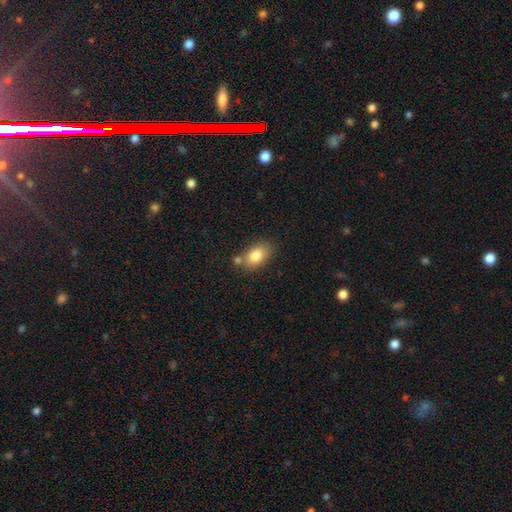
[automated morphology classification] smooth-or-featured: smooth: 82% | featured or disk: 10% | star or artifact: 8%
  how-rounded: in between: 87% | round: 11% | cigar-shaped: 2%
  merging: none: 68% | minor disturbance: 15% | merger: 13% | major disturbance: 4%